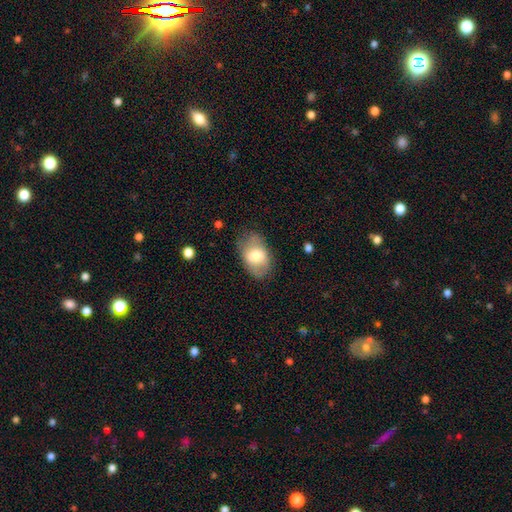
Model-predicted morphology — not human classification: This is likely a smooth galaxy (67%). How rounded: clearly in between (88%). Merging: likely none (72%).